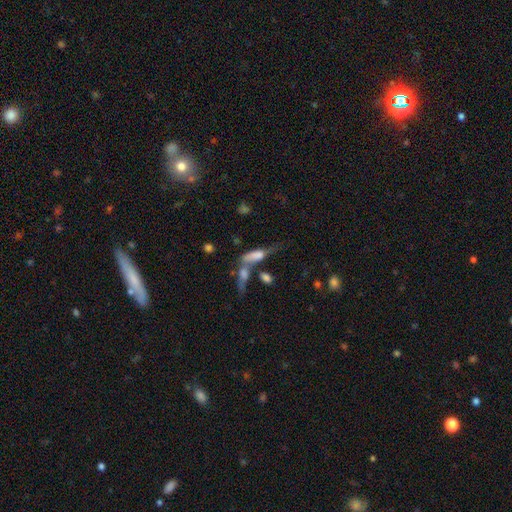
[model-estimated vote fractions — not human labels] This appears to be a smooth galaxy with no disk features (56%) that is in between round and cigar-shaped (55%). Merging: merger (47%).